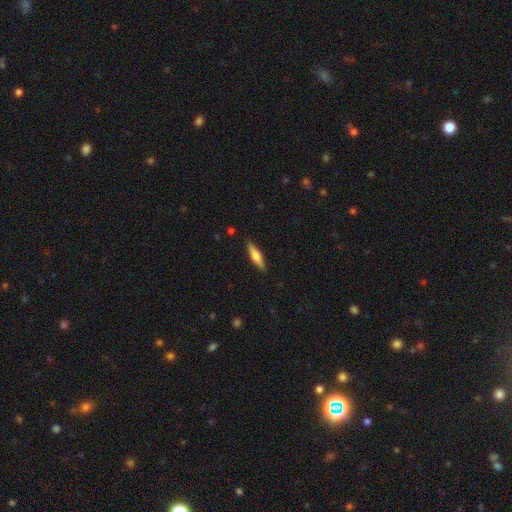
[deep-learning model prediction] The model was most divided on "smooth or featured": smooth: 51%, featured or disk: 44%, star or artifact: 6%. More confident: merging — none (89%); how rounded — cigar-shaped (74%).